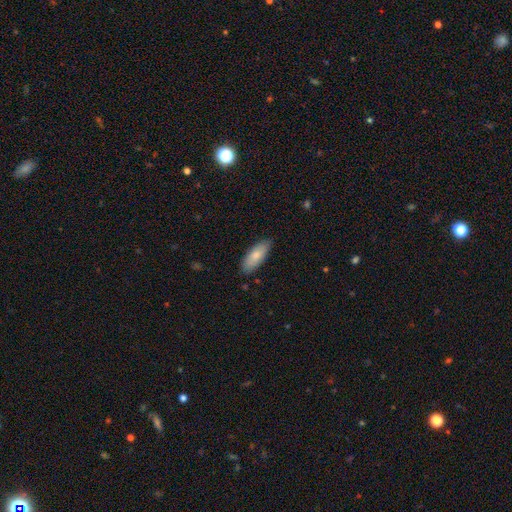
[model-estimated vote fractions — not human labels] smooth 81%, featured or disk 13%, star or artifact 5%. Down the decision tree: how rounded — in between (73%); merging — none (85%).